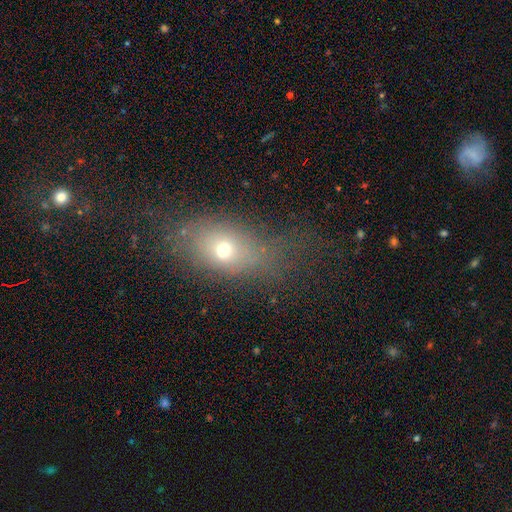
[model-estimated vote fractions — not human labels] A smooth galaxy with no disk features (59%) that is in between round and cigar-shaped (70%).

Vote fractions:
- Smooth or featured? smooth: 59% / featured or disk: 22% / star or artifact: 19%
- How rounded? in between: 70% / round: 20% / cigar-shaped: 10%
- Merging? none: 54% / minor disturbance: 24% / major disturbance: 19% / merger: 3%